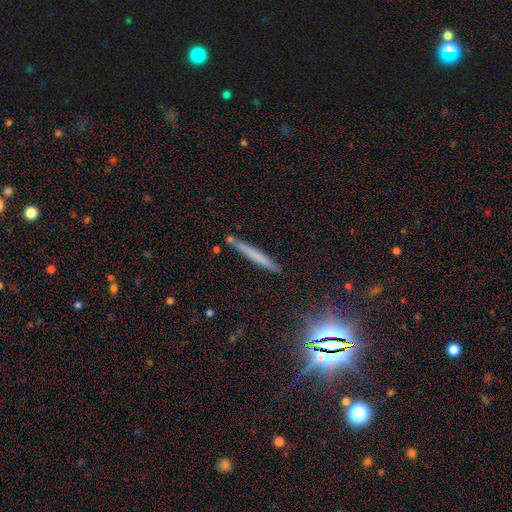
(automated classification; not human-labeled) This appears to be a smooth galaxy with no disk features (59%) that is cigar-shaped (96%). Merging: none (84%).